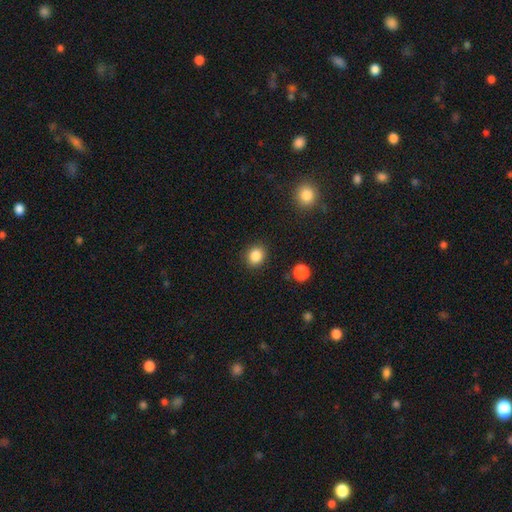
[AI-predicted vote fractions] Q: Smooth or featured?
A: smooth (86%); runner-up: star or artifact (10%)
Q: How rounded?
A: round (74%); runner-up: in between (25%)
Q: Merging?
A: none (88%); runner-up: minor disturbance (8%)